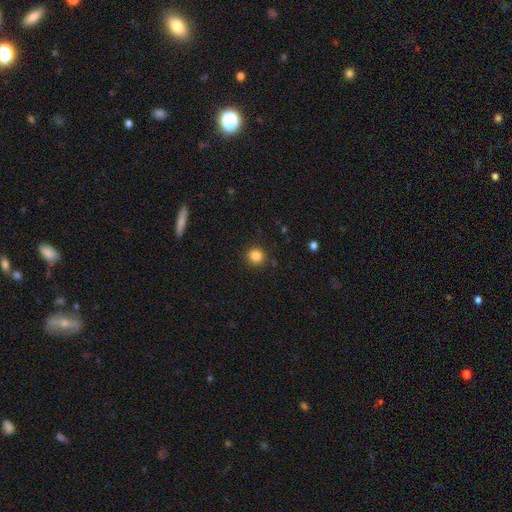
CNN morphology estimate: smooth 85%, star or artifact 11%, featured or disk 4%. Down the decision tree: how rounded — round (90%); merging — none (89%).